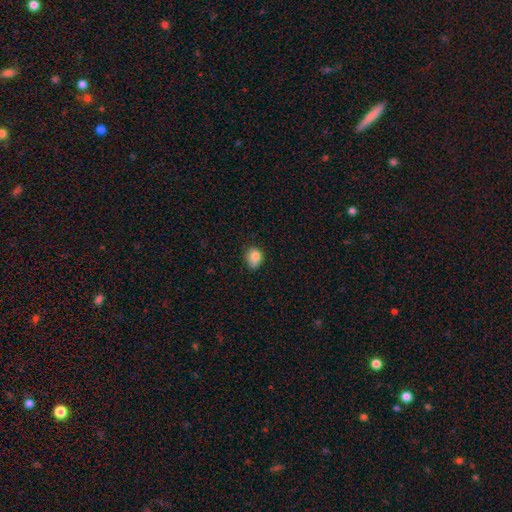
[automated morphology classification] smooth-or-featured: smooth: 84% | star or artifact: 9% | featured or disk: 7%
  how-rounded: round: 53% | in between: 46% | cigar-shaped: 1%
  merging: none: 58% | minor disturbance: 34% | major disturbance: 7% | merger: 2%